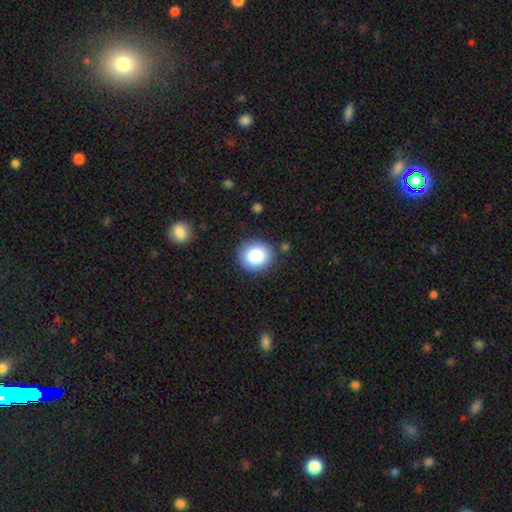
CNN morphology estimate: Overall: smooth (85%). How rounded: round (81%). Merging: none (87%).